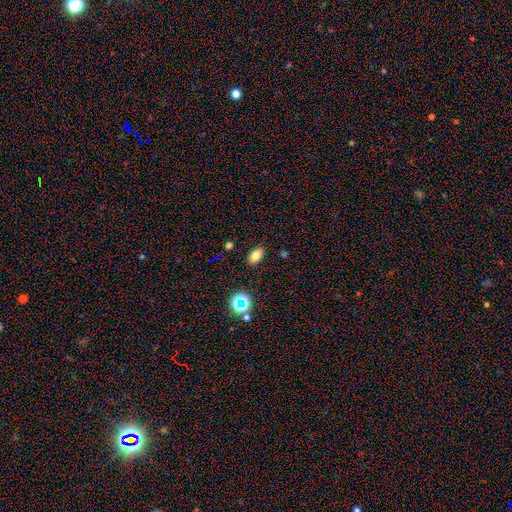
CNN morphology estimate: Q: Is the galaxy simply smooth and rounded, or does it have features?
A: smooth — 77%.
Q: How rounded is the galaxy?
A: in between — 88%.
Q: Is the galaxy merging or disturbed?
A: none — 86%.